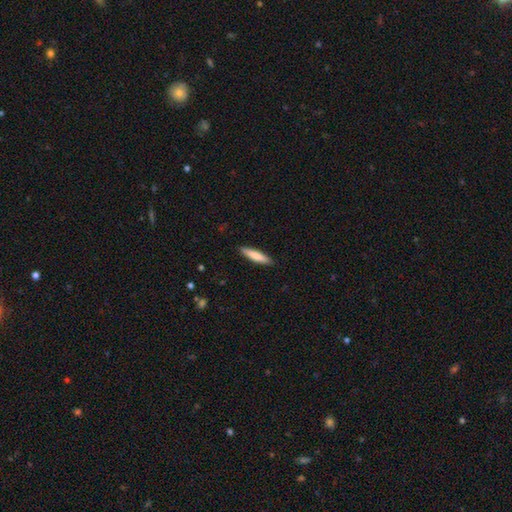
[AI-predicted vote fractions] smooth-or-featured: smooth: 79% | featured or disk: 15% | star or artifact: 5%
  how-rounded: cigar-shaped: 83% | in between: 15% | round: 1%
  merging: none: 90% | minor disturbance: 7% | major disturbance: 2% | merger: 1%